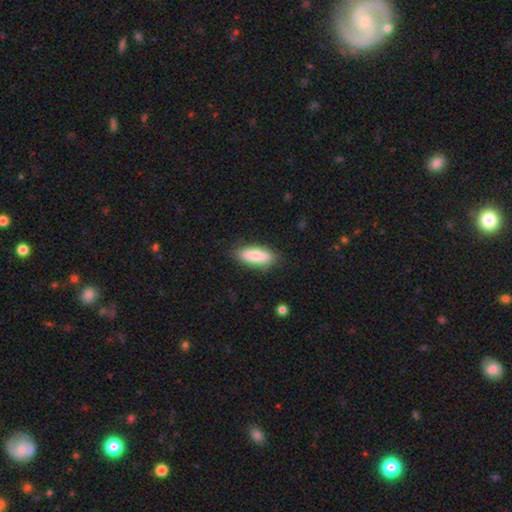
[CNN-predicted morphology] smooth_or_featured: smooth (p=0.83) [alt: featured or disk p=0.11]
how_rounded: in between (p=0.73) [alt: cigar-shaped p=0.25]
merging: none (p=0.83) [alt: minor disturbance p=0.13]